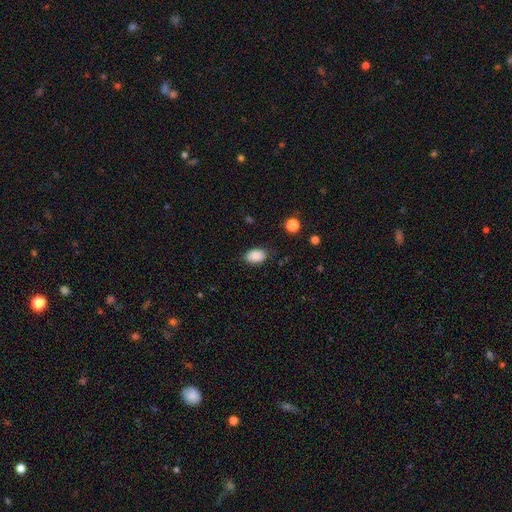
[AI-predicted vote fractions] This is clearly a smooth galaxy (89%). How rounded: clearly in between (89%). Merging: clearly none (83%).